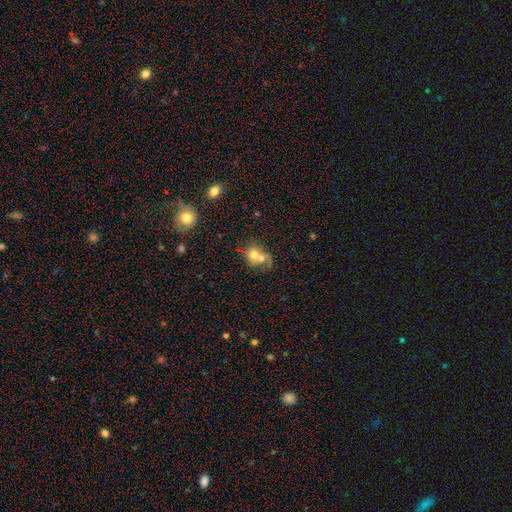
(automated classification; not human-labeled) This appears to be a smooth galaxy with no disk features (64%) that is round (64%). Merging: merger (66%).